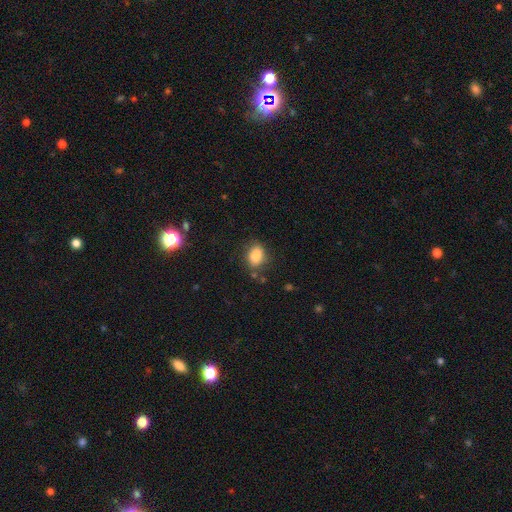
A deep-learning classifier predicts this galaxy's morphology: smooth 86%, star or artifact 9%, featured or disk 6%. Down the decision tree: how rounded — in between (77%); merging — none (72%).